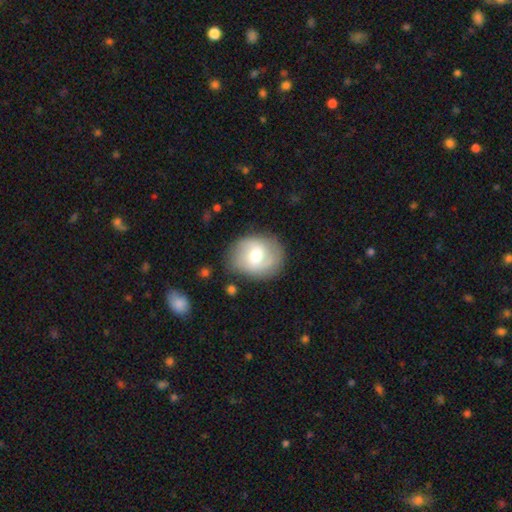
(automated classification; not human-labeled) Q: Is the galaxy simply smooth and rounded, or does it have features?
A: smooth — 49%.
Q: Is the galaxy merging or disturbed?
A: none — 76%.